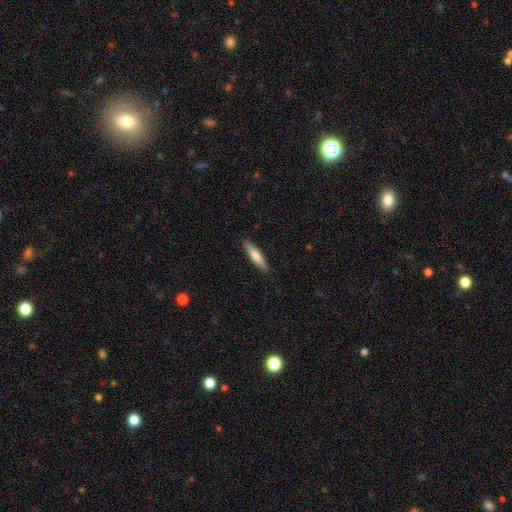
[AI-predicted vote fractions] Smooth or featured: smooth — 74% (featured or disk — 21%)
How rounded: cigar-shaped — 81% (in between — 17%)
Merging: none — 89% (minor disturbance — 8%)